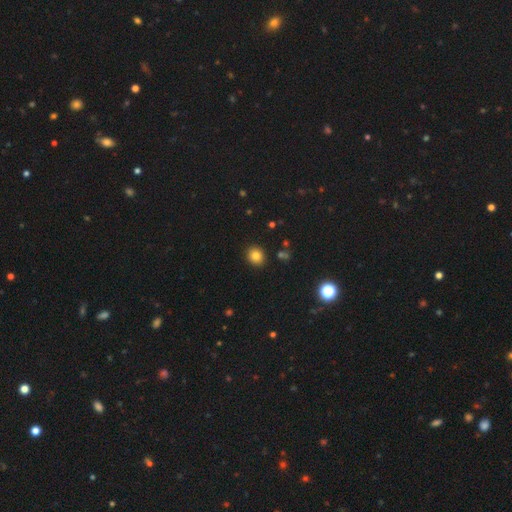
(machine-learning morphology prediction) Smooth or featured? Predicted: smooth (p=0.82). How rounded? Predicted: round (p=0.77). Merging? Predicted: none (p=0.90).